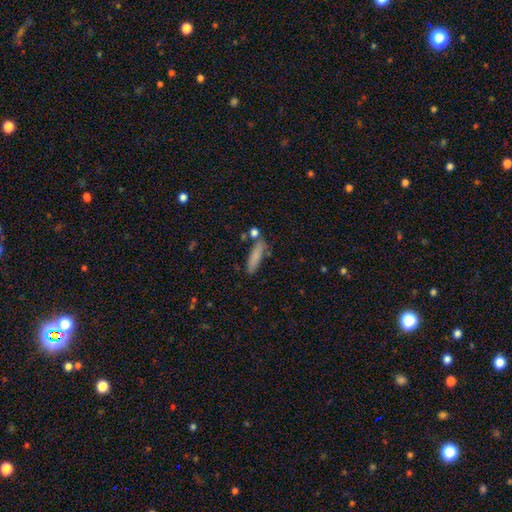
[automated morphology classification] This is clearly a smooth galaxy (81%). How rounded: likely cigar-shaped (77%). Merging: likely none (74%).